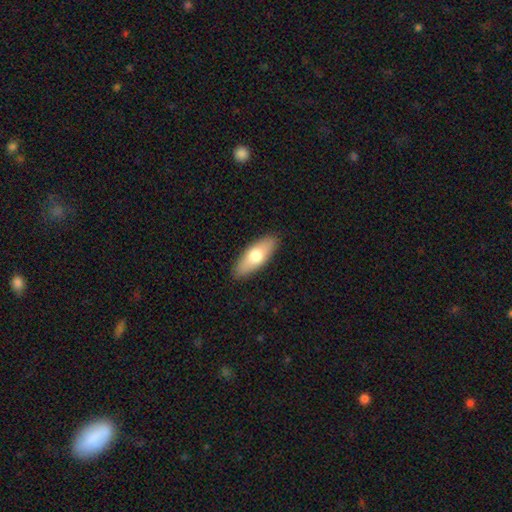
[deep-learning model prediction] smooth 69%, featured or disk 26%, star or artifact 6%. Down the decision tree: how rounded — in between (71%); merging — none (89%).